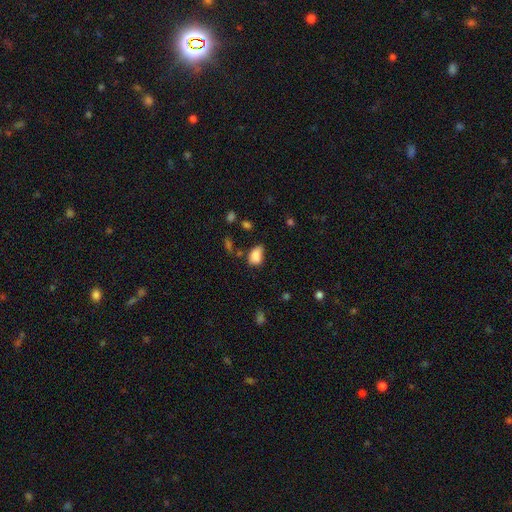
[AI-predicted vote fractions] Smooth or featured? Predicted: smooth (p=0.83). How rounded? Predicted: in between (p=0.85). Merging? Predicted: none (p=0.43).